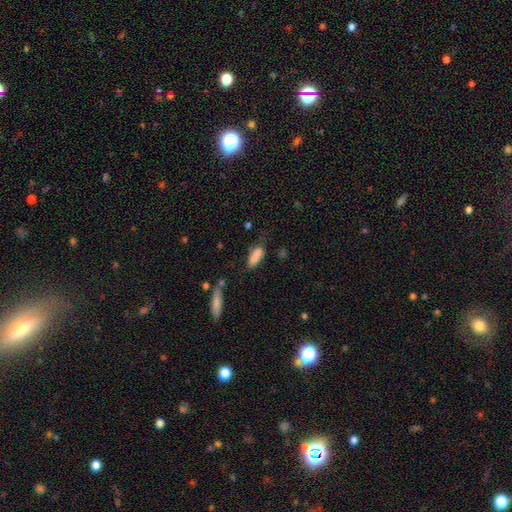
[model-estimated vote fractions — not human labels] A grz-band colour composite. It shows a smooth galaxy with no disk features (84%) that is in between round and cigar-shaped (68%). Merging: none (54%).